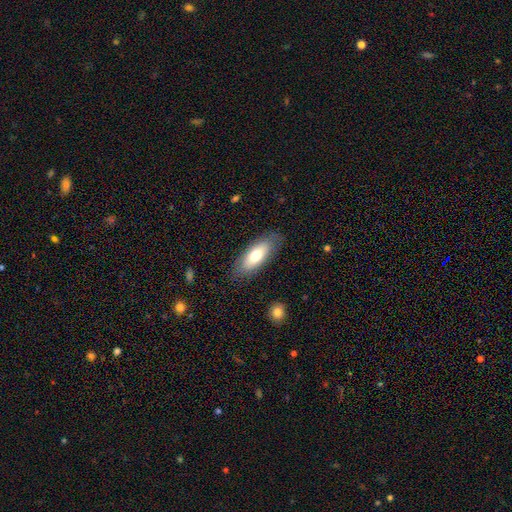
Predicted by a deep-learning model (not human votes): The model was most divided on "smooth or featured": smooth: 70%, featured or disk: 24%, star or artifact: 6%. More confident: merging — none (84%); how rounded — in between (79%).